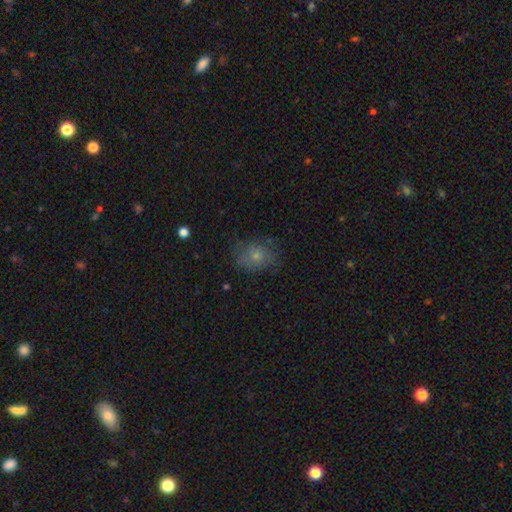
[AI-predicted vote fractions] Smooth or featured: smooth — 67% (featured or disk — 21%)
How rounded: round — 51% (in between — 48%)
Merging: none — 64% (minor disturbance — 23%)